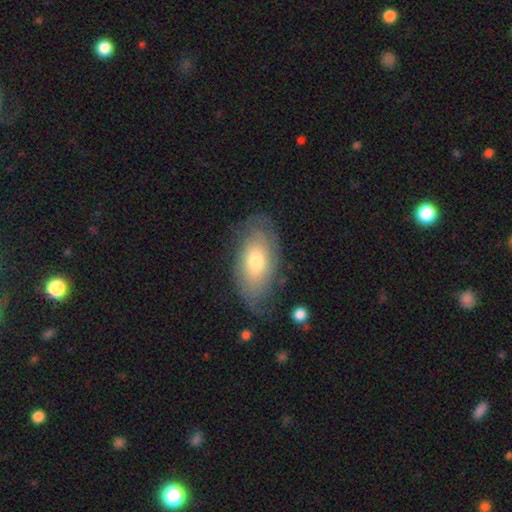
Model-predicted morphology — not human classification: smooth_or_featured: featured or disk (p=0.53) [alt: smooth p=0.40]
disk_edge_on: no (p=0.90) [alt: yes p=0.10]
merging: none (p=0.67) [alt: minor disturbance p=0.21]